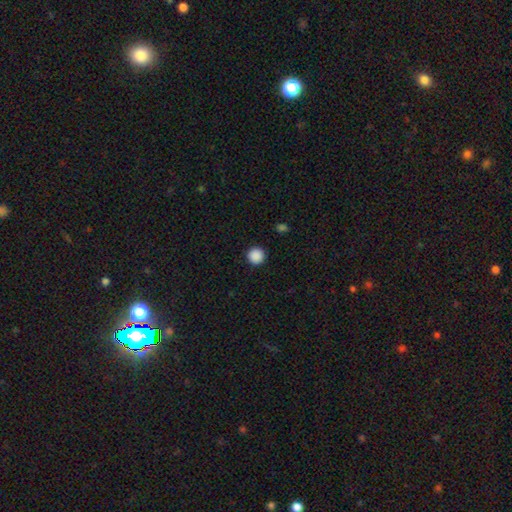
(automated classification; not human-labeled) Smooth or featured? Predicted: smooth (p=0.89). How rounded? Predicted: round (p=0.96). Merging? Predicted: none (p=0.93).